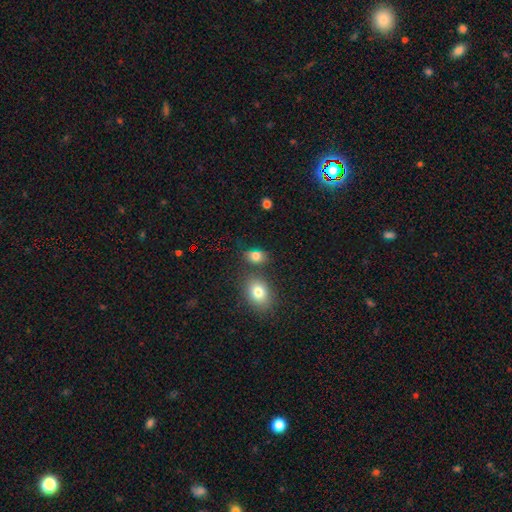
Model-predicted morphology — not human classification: Smooth or featured?
  - smooth: 80% *
  - star or artifact: 12%
  - featured or disk: 8%
How rounded?
  - in between: 78% *
  - round: 20%
  - cigar-shaped: 2%
Merging?
  - none: 61% *
  - minor disturbance: 17%
  - merger: 15%
  - major disturbance: 7%